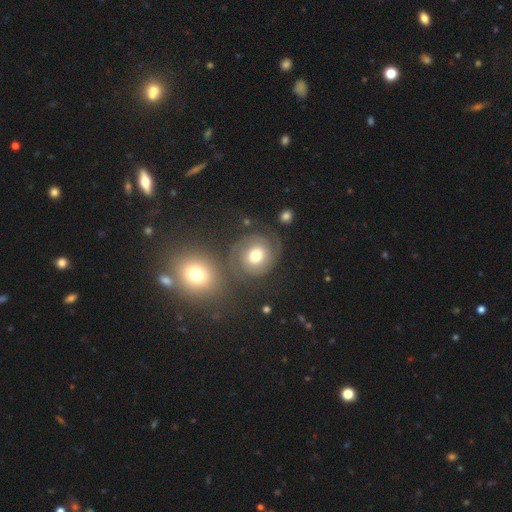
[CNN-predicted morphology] smooth_or_featured: featured or disk (p=0.59) [alt: smooth p=0.31]
disk_edge_on: no (p=0.97) [alt: yes p=0.03]
bar: no (p=0.74) [alt: weak p=0.21]
has_spiral_arms: yes (p=0.85) [alt: no p=0.15]
bulge_size: moderate (p=0.65) [alt: large p=0.20]
merging: none (p=0.65) [alt: merger p=0.13]